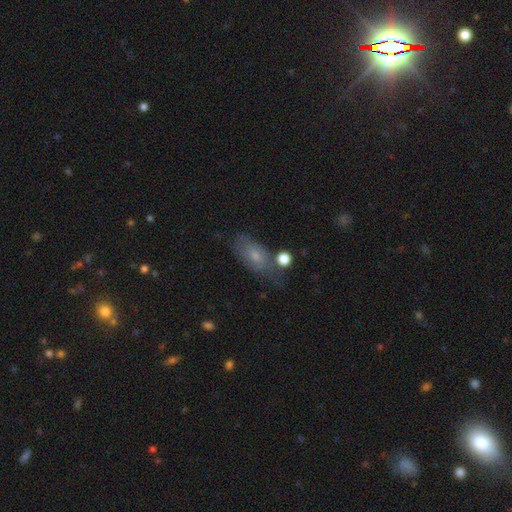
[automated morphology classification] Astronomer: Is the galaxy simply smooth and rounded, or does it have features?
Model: smooth — 59%.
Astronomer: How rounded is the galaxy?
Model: in between — 85%.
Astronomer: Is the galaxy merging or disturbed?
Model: none — 54%.